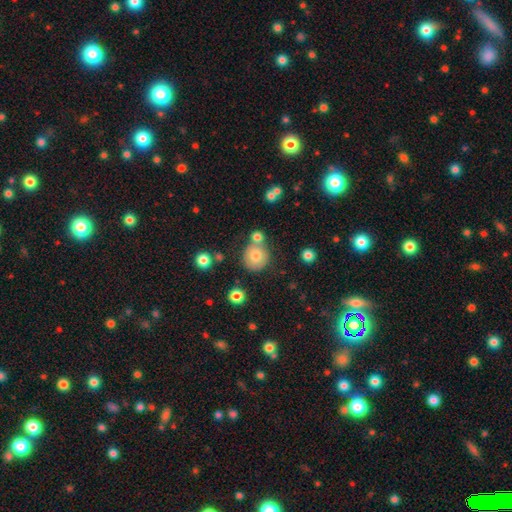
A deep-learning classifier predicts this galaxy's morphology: smooth_or_featured: smooth (p=0.77) [alt: featured or disk p=0.12]
how_rounded: round (p=0.87) [alt: in between p=0.13]
merging: none (p=0.61) [alt: merger p=0.23]